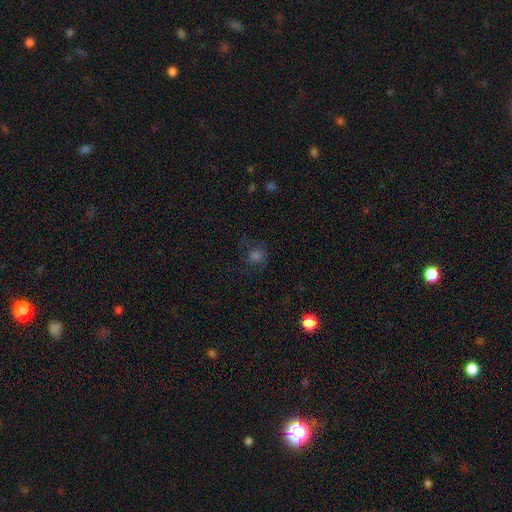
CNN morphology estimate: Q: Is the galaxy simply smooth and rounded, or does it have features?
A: smooth — 52%.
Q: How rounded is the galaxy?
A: round — 79%.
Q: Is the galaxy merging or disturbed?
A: none — 63%.